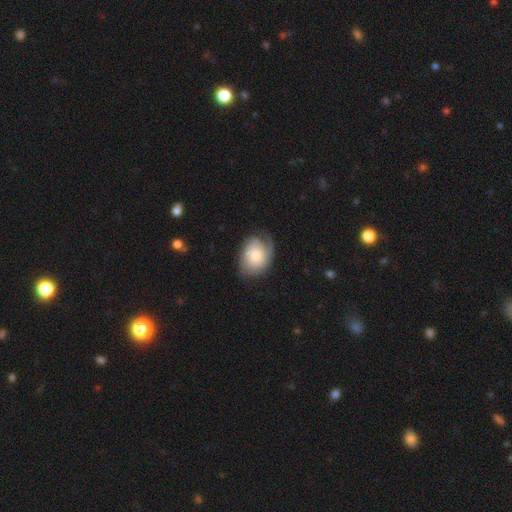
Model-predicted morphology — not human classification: Smooth or featured?
  - featured or disk: 51% *
  - smooth: 43%
  - star or artifact: 6%
Edge-on disk?
  - no: 96% *
  - yes: 4%
Merging?
  - none: 59% *
  - minor disturbance: 26%
  - major disturbance: 13%
  - merger: 1%